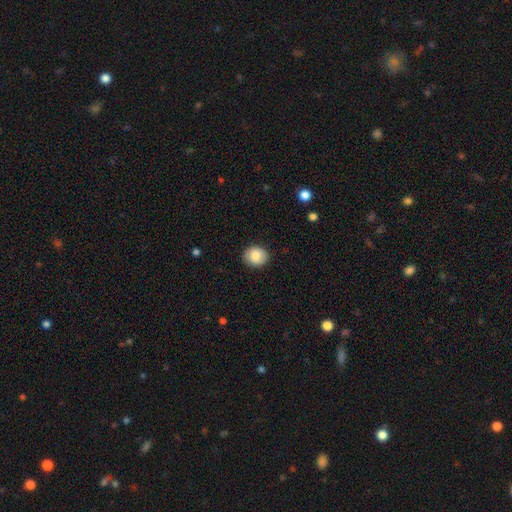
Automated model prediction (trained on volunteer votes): smooth-or-featured: smooth: 84% | featured or disk: 8% | star or artifact: 8%
  how-rounded: round: 72% | in between: 27% | cigar-shaped: 1%
  merging: none: 87% | minor disturbance: 9% | major disturbance: 2% | merger: 1%